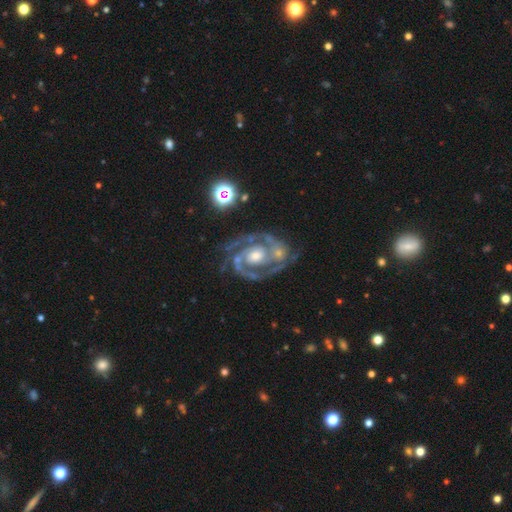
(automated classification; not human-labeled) Smooth or featured? Predicted: featured or disk (p=0.92). Edge-on disk? Predicted: no (p=0.98). Bar? Predicted: no (p=0.63). Spiral arms? Predicted: yes (p=0.97). Spiral winding? Predicted: tight (p=0.56). Spiral arm count? Predicted: 2 (p=0.81). Bulge size? Predicted: moderate (p=0.64). Merging? Predicted: none (p=0.68).